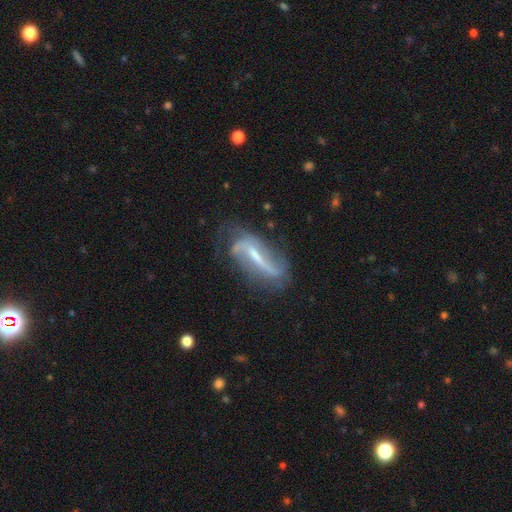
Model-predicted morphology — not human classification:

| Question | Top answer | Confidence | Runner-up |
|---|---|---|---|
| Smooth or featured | featured or disk | 81% | smooth (12%) |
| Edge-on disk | no | 86% | yes (14%) |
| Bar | strong | 57% | weak (31%) |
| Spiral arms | yes | 88% | no (12%) |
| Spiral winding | loose | 63% | medium (26%) |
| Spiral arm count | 2 | 77% | can't tell (11%) |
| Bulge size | small | 48% | moderate (30%) |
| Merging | none | 58% | minor disturbance (23%) |